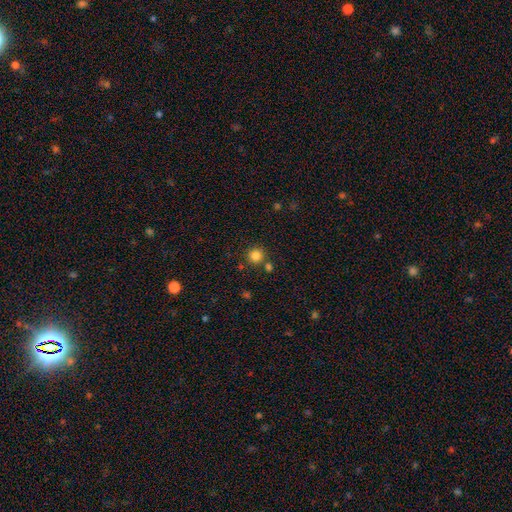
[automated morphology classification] Overall: smooth (83%). How rounded: round (94%). Merging: none (79%).